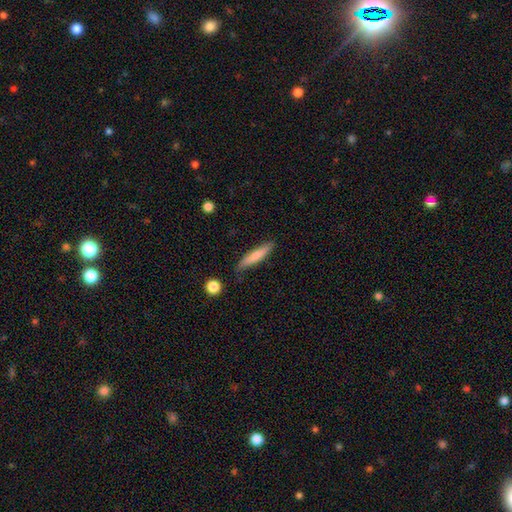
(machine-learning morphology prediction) smooth 72%, featured or disk 22%, star or artifact 6%. Down the decision tree: how rounded — cigar-shaped (89%); merging — none (79%).